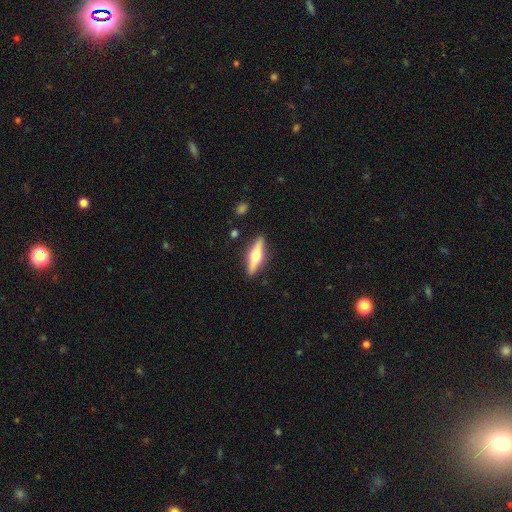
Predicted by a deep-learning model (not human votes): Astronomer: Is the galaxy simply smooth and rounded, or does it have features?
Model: featured or disk — 56% (runner-up: smooth, 38%).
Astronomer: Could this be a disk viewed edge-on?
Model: yes — 95%.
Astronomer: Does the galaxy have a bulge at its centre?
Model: rounded — 92%.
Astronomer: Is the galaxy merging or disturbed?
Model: none — 88%.